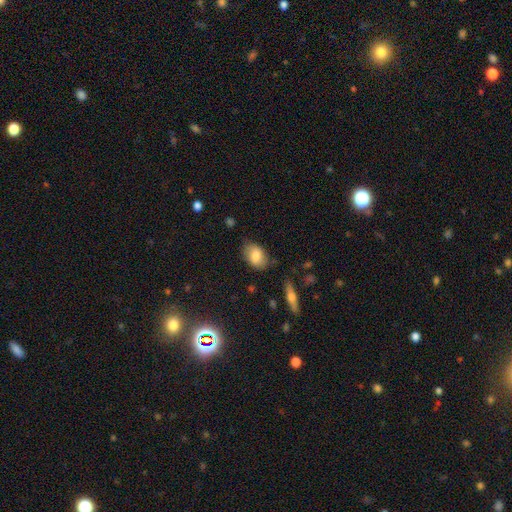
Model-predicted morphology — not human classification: Smooth or featured? smooth (78%)
How rounded? in between (85%)
Merging? none (71%)